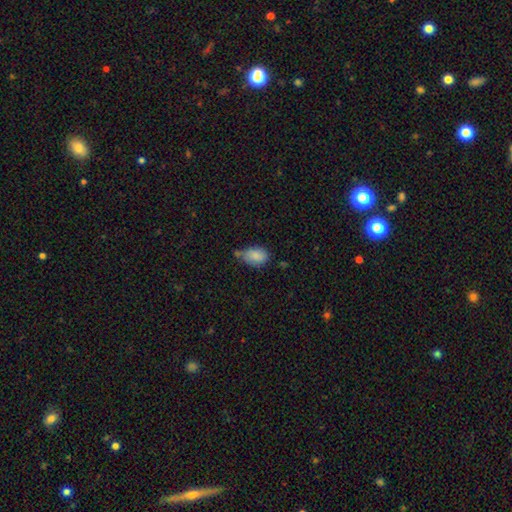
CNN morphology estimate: This is clearly a smooth galaxy (85%). How rounded: clearly in between (85%). Merging: possibly none (48%).